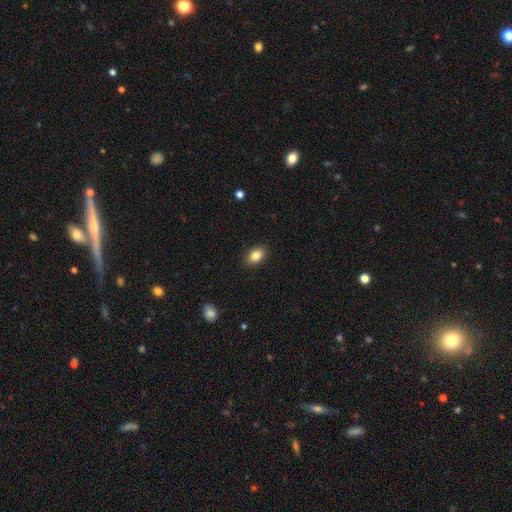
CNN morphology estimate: This is clearly a smooth galaxy (84%). How rounded: clearly in between (84%). Merging: clearly none (89%).